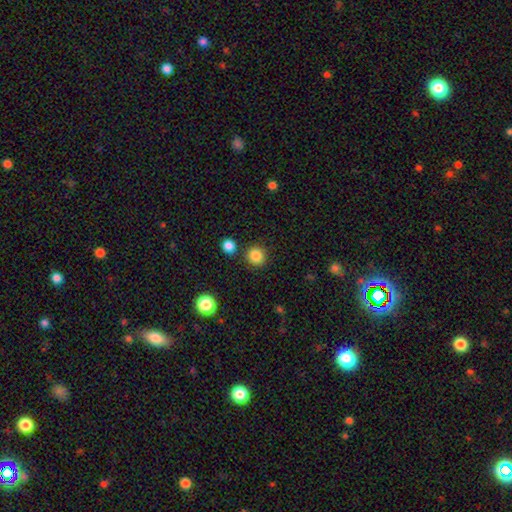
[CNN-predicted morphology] Smooth or featured?
  - smooth: 85% *
  - star or artifact: 11%
  - featured or disk: 4%
How rounded?
  - round: 92% *
  - in between: 7%
  - cigar-shaped: 1%
Merging?
  - none: 87% *
  - minor disturbance: 6%
  - merger: 5%
  - major disturbance: 2%